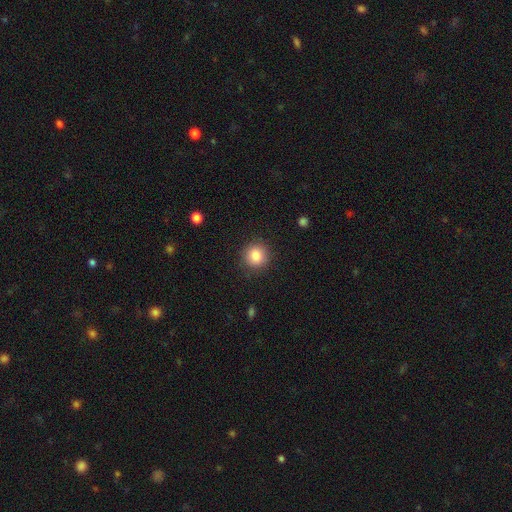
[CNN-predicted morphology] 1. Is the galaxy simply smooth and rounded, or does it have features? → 85% smooth, 10% star or artifact, 5% featured or disk.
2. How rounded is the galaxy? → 91% round, 8% in between, 1% cigar-shaped.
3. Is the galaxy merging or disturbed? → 89% none, 8% minor disturbance, 3% major disturbance, 1% merger.